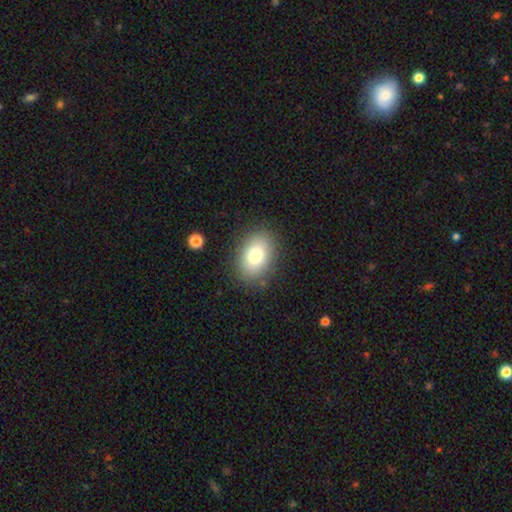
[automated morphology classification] A smooth galaxy with no disk features (79%) that is in between round and cigar-shaped (82%). Merging: none (84%).